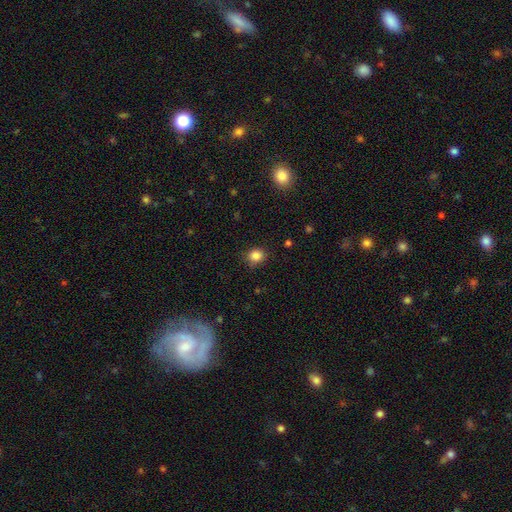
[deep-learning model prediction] Overall: smooth (85%). How rounded: round (78%). Merging: none (83%).